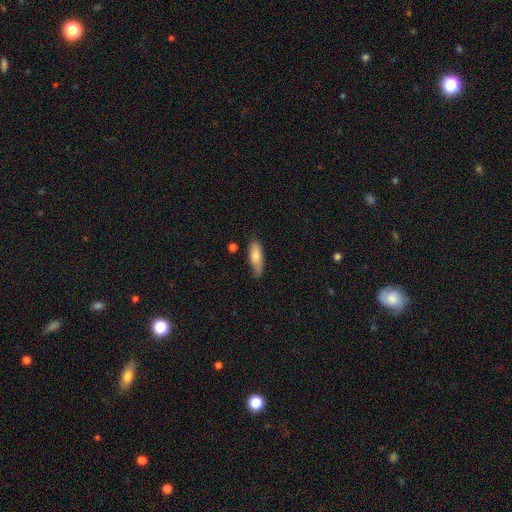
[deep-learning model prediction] A smooth galaxy with no disk features (75%) that is in between round and cigar-shaped (58%).

Vote fractions:
- Smooth or featured? smooth: 75% / featured or disk: 19% / star or artifact: 6%
- How rounded? in between: 58% / cigar-shaped: 40% / round: 2%
- Merging? none: 72% / minor disturbance: 21% / major disturbance: 3% / merger: 3%